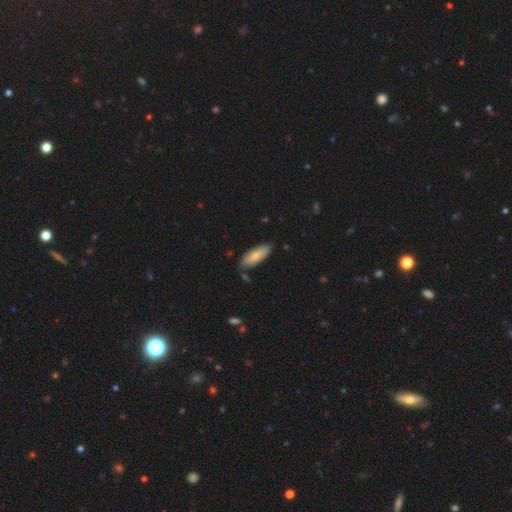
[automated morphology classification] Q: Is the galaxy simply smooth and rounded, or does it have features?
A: smooth — 75%.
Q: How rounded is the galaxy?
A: in between — 72%.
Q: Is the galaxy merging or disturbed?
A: none — 79%.